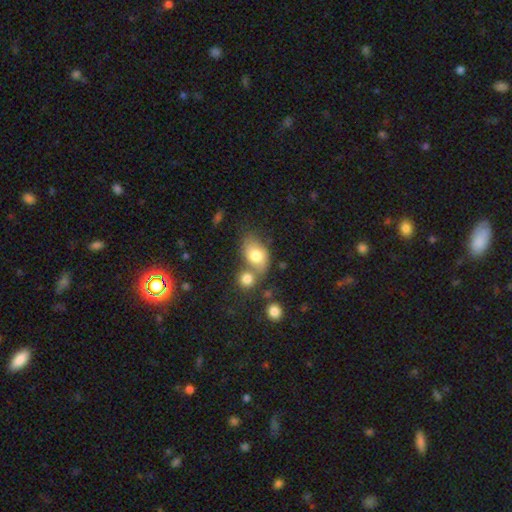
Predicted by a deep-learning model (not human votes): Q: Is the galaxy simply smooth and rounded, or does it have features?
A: smooth — 77%.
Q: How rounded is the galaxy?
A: in between — 80%.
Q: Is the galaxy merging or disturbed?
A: none — 42%.